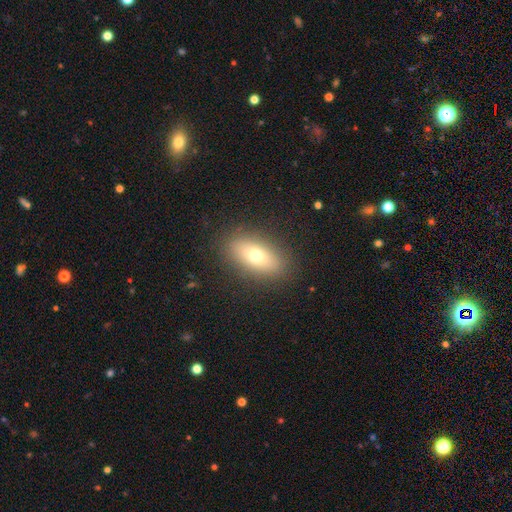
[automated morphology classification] Smooth or featured? Predicted: smooth (p=0.68). How rounded? Predicted: in between (p=0.81). Merging? Predicted: none (p=0.87).